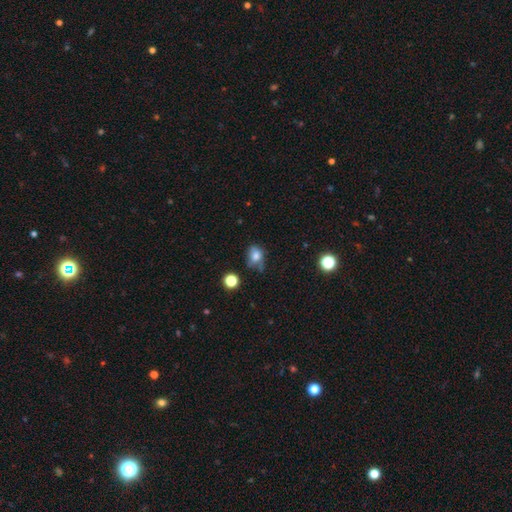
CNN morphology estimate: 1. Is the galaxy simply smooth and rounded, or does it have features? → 73% smooth, 14% featured or disk, 13% star or artifact.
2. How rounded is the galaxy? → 60% in between, 39% round, 2% cigar-shaped.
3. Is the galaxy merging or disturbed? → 47% none, 34% minor disturbance, 13% major disturbance, 6% merger.